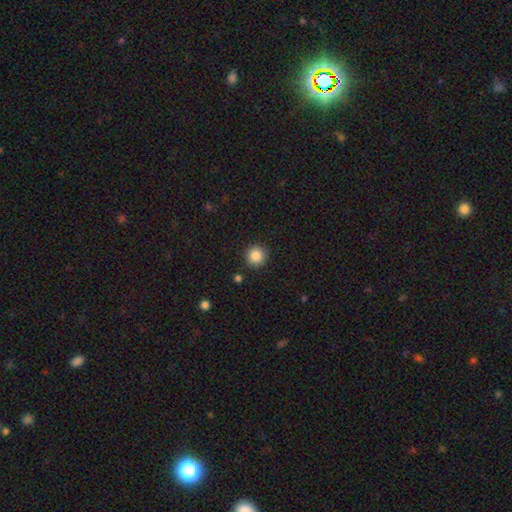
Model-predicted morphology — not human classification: smooth 87%, star or artifact 9%, featured or disk 4%. Down the decision tree: how rounded — round (94%); merging — none (91%).